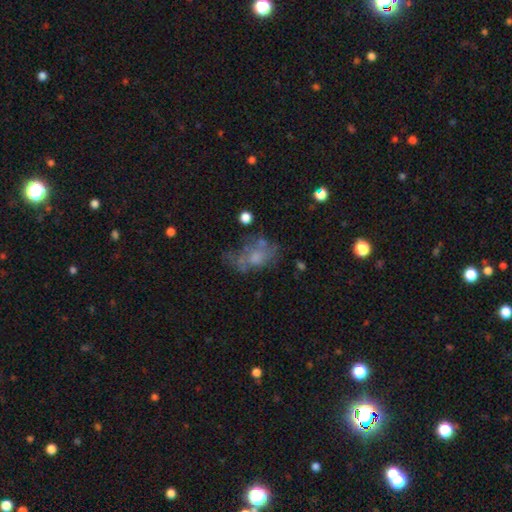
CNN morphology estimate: Smooth or featured? smooth (44%)
Merging? none (35%)